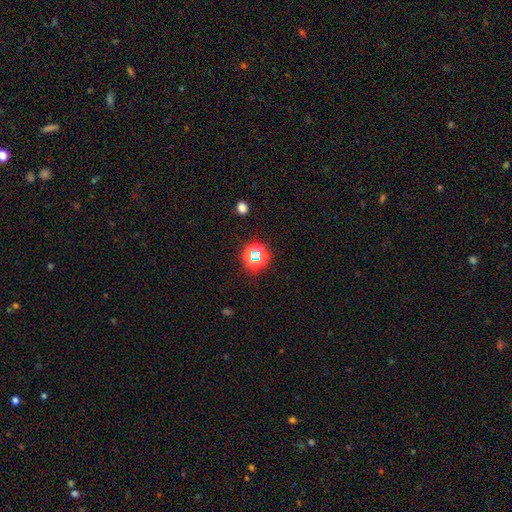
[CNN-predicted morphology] star or artifact 61%, smooth 31%, featured or disk 8%.